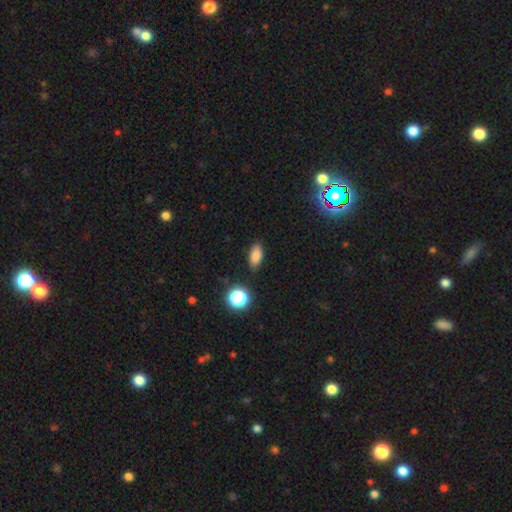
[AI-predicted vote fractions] Q: Smooth or featured?
A: smooth (83%); runner-up: star or artifact (12%)
Q: How rounded?
A: in between (86%); runner-up: cigar-shaped (7%)
Q: Merging?
A: none (87%); runner-up: minor disturbance (9%)